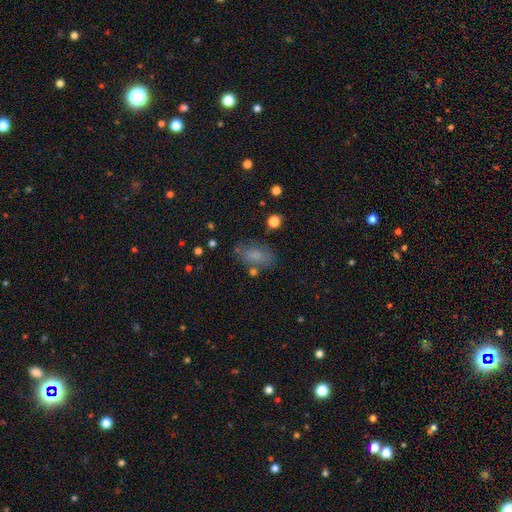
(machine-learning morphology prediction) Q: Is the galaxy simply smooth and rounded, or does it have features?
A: smooth — 75%.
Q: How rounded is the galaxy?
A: in between — 87%.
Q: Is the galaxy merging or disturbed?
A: none — 66%.